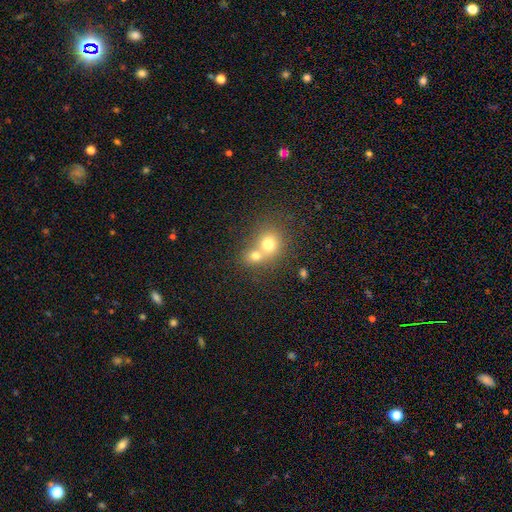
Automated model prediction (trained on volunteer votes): This appears to be a smooth galaxy with no disk features (72%) that is round (74%). Merging: merger (62%).